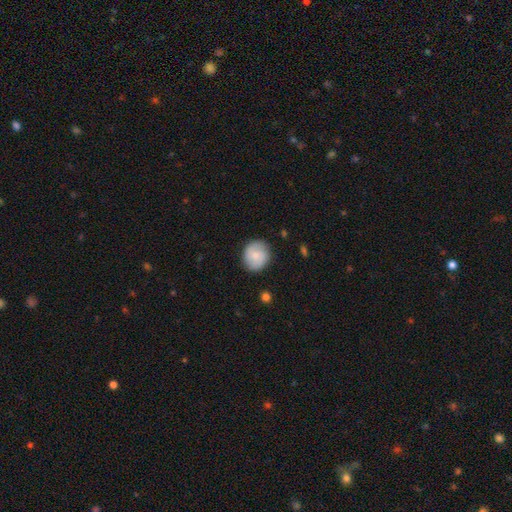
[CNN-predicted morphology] The model was most divided on "smooth or featured": smooth: 64%, featured or disk: 29%, star or artifact: 7%. More confident: how rounded — round (85%); merging — none (84%).